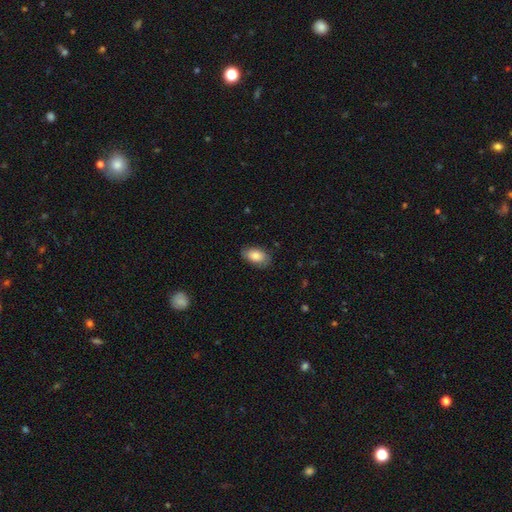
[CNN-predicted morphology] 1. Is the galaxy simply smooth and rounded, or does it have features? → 84% smooth, 10% featured or disk, 7% star or artifact.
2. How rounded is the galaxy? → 91% in between, 7% round, 2% cigar-shaped.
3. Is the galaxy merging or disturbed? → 80% none, 16% minor disturbance, 3% major disturbance, 1% merger.